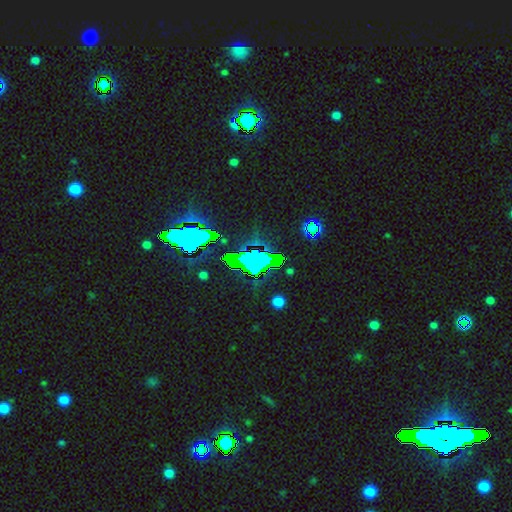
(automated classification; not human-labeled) This is likely a star or artifact rather than a galaxy (75%).